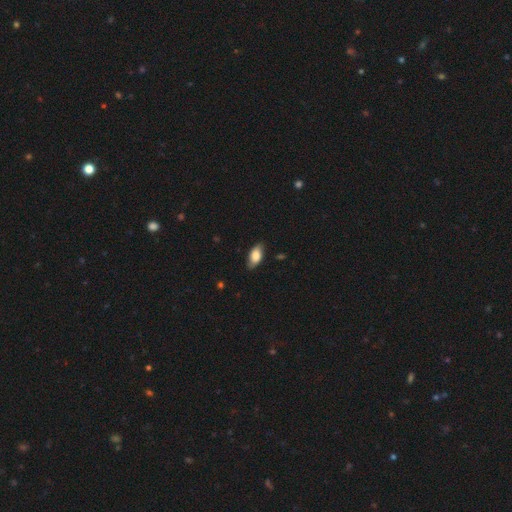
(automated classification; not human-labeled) smooth-or-featured: smooth: 76% | featured or disk: 17% | star or artifact: 7%
  how-rounded: in between: 91% | cigar-shaped: 5% | round: 4%
  merging: none: 80% | minor disturbance: 16% | major disturbance: 3% | merger: 1%